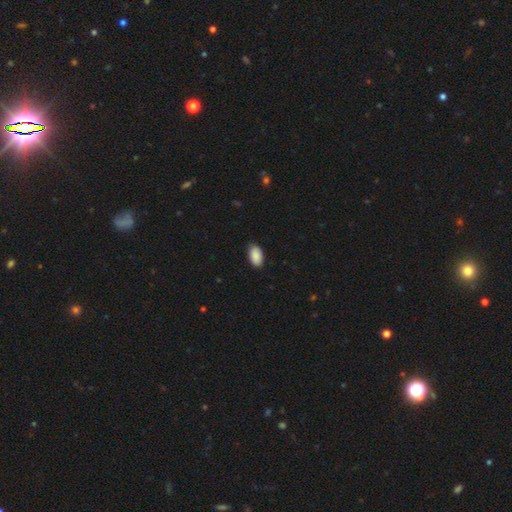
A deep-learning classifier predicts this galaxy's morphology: Smooth or featured?
  - smooth: 90% *
  - star or artifact: 6%
  - featured or disk: 4%
How rounded?
  - in between: 95% *
  - round: 4%
  - cigar-shaped: 2%
Merging?
  - none: 84% *
  - minor disturbance: 13%
  - major disturbance: 2%
  - merger: 1%